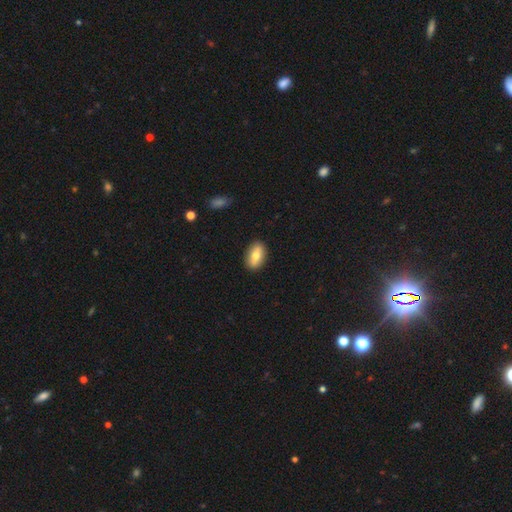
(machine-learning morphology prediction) Overall: smooth (71%). How rounded: in between (88%). Merging: none (89%).